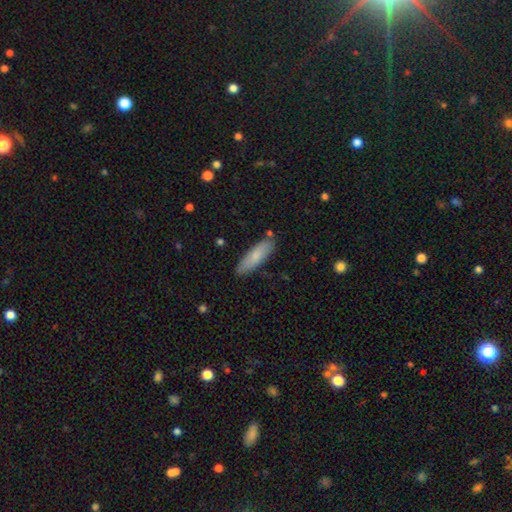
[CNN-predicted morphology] This is likely a smooth galaxy (79%). How rounded: possibly cigar-shaped (56%). Merging: clearly none (83%).